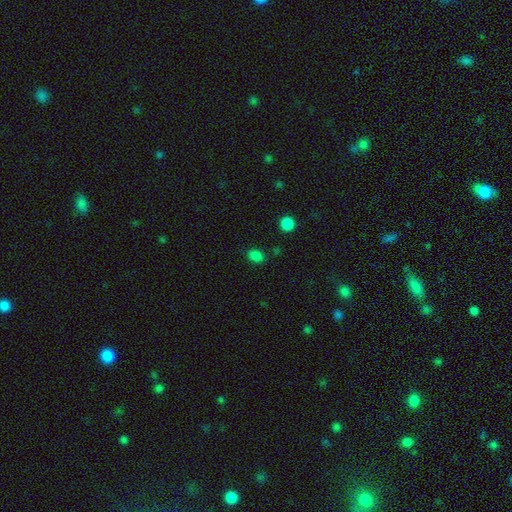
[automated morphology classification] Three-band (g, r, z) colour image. It shows a smooth galaxy with no disk features (81%) that is in between round and cigar-shaped (68%). Merging: none (84%).